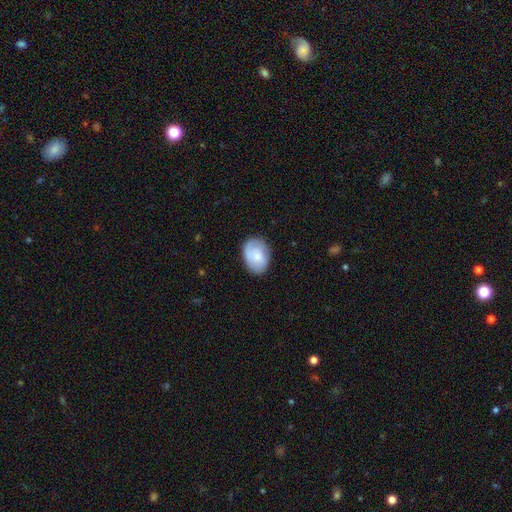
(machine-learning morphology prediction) Smooth or featured?
  - smooth: 60% *
  - featured or disk: 34%
  - star or artifact: 7%
How rounded?
  - in between: 72% *
  - round: 27%
  - cigar-shaped: 1%
Merging?
  - none: 78% *
  - minor disturbance: 17%
  - major disturbance: 4%
  - merger: 1%